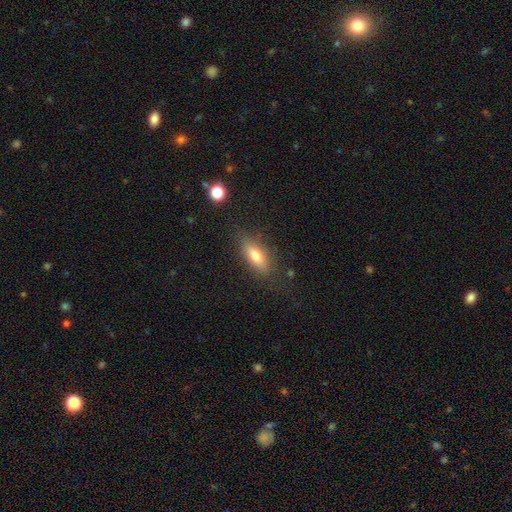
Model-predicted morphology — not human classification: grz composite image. It shows a smooth galaxy with no disk features (70%) that is in between round and cigar-shaped (66%). Merging: none (77%).